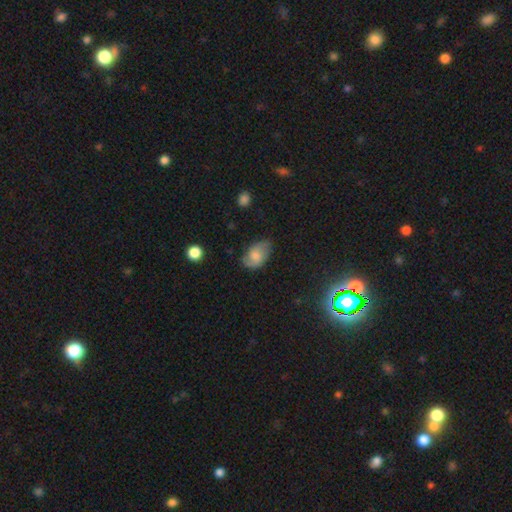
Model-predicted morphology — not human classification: A smooth galaxy with no disk features (62%) that is in between round and cigar-shaped (88%).

Vote fractions:
- Smooth or featured? smooth: 62% / featured or disk: 30% / star or artifact: 8%
- How rounded? in between: 88% / round: 10% / cigar-shaped: 1%
- Merging? none: 59% / minor disturbance: 31% / major disturbance: 8% / merger: 2%